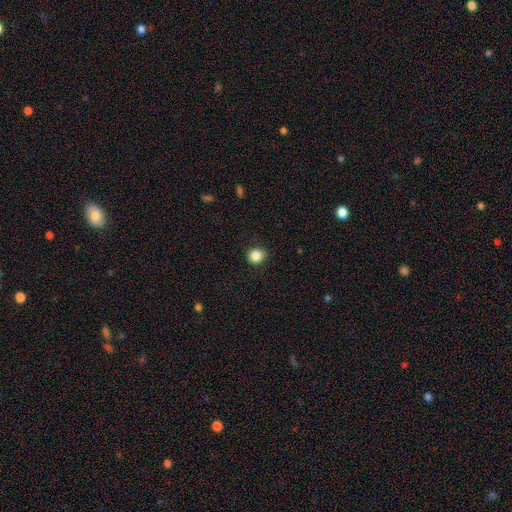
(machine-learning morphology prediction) Smooth or featured? smooth (86%)
How rounded? round (90%)
Merging? none (90%)